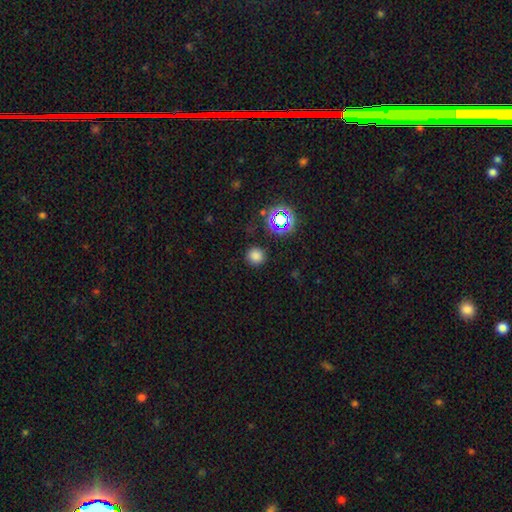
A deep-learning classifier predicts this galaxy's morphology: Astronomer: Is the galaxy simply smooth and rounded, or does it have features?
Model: smooth — 76%.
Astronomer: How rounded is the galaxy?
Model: round — 92%.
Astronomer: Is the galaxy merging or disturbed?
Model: none — 88%.